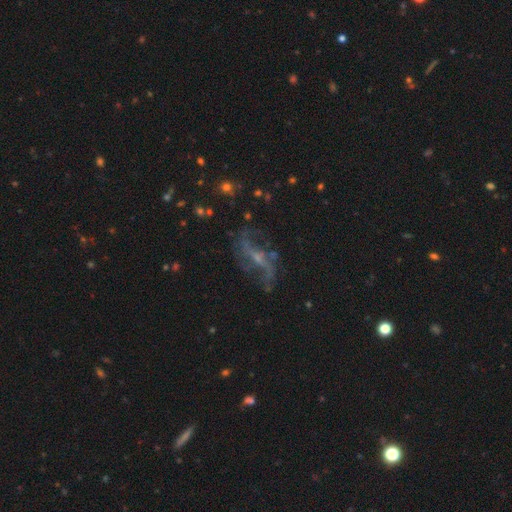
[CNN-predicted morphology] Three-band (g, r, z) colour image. It shows a featured or disk galaxy (76%) with a weak bar (41%), 2 (77%) loose (79%) spiral arms (86%) and a small central bulge (56%). Merging: none (64%).